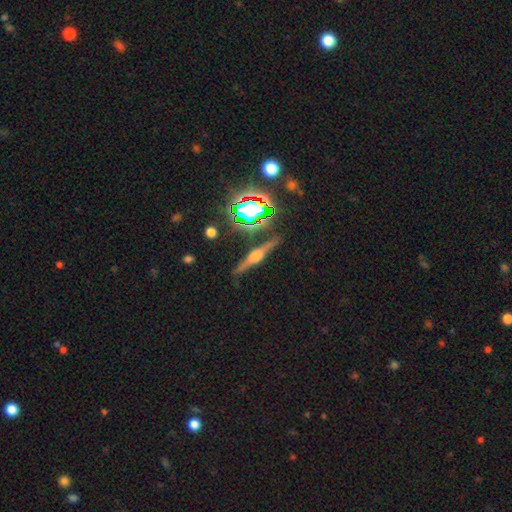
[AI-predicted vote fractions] This is likely a featured or disk galaxy (72%). It is clearly viewed edge-on (96%). Edge-on bulge: clearly rounded (88%). Merging: clearly none (87%).